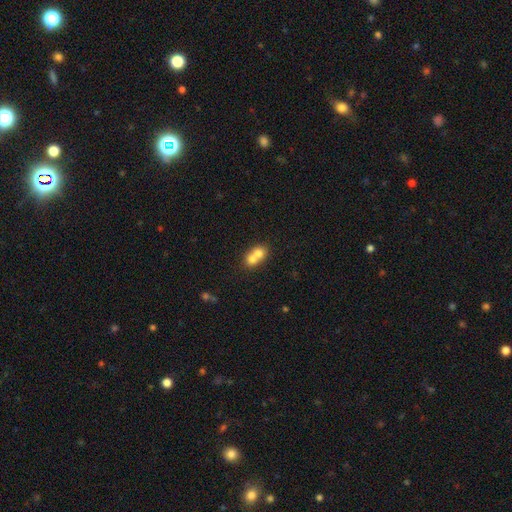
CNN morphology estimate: smooth 70%, featured or disk 21%, star or artifact 10%. Down the decision tree: how rounded — round (63%); merging — merger (72%).